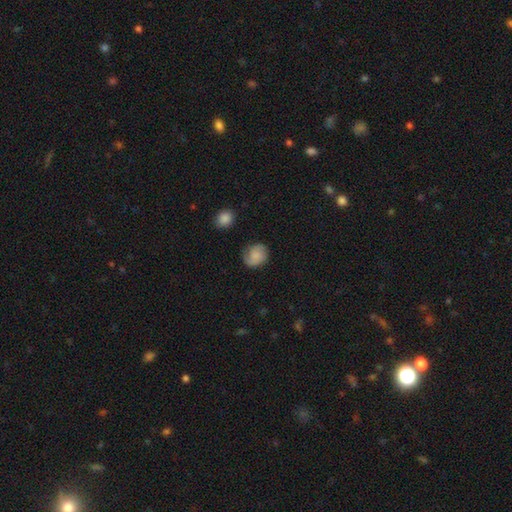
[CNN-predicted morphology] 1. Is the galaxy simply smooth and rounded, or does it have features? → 57% smooth, 35% featured or disk, 9% star or artifact.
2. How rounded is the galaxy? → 65% round, 34% in between, 1% cigar-shaped.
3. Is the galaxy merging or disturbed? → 66% none, 22% minor disturbance, 10% major disturbance, 2% merger.